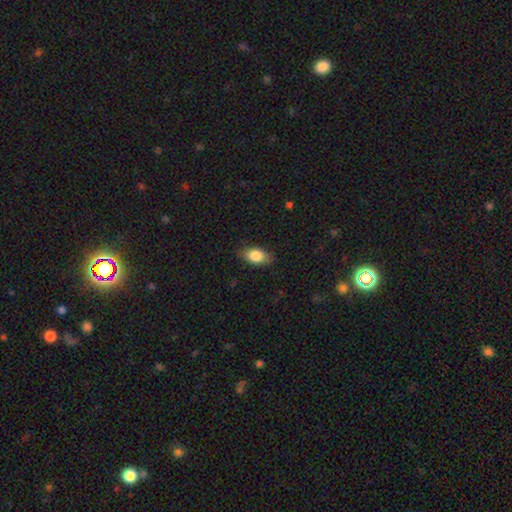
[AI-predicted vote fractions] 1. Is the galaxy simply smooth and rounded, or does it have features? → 84% smooth, 9% featured or disk, 7% star or artifact.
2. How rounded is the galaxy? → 88% in between, 8% round, 4% cigar-shaped.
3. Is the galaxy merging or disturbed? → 83% none, 13% minor disturbance, 3% major disturbance, 1% merger.